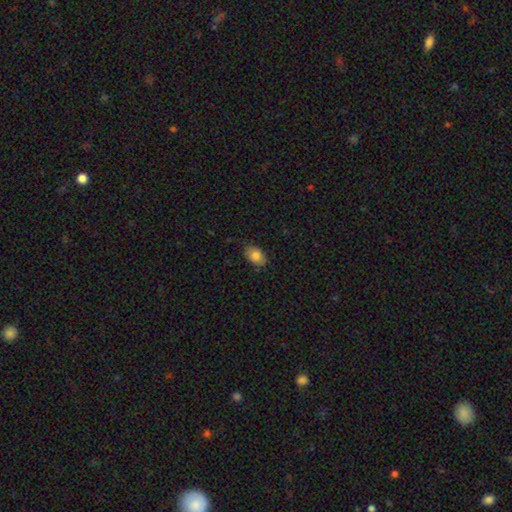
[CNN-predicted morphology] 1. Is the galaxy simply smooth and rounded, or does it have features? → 84% smooth, 8% star or artifact, 8% featured or disk.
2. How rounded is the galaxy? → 82% in between, 17% round, 1% cigar-shaped.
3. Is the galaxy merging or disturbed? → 77% none, 19% minor disturbance, 3% major disturbance, 1% merger.